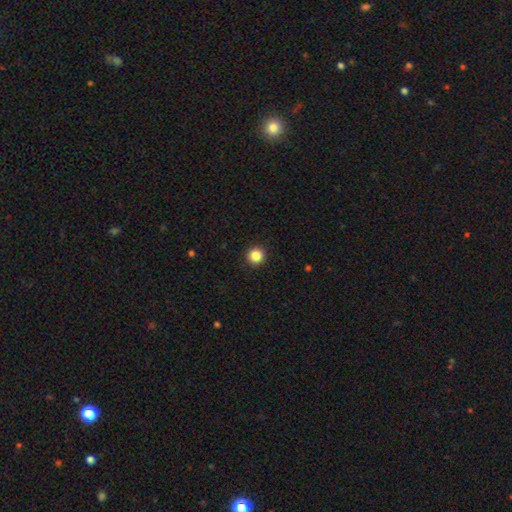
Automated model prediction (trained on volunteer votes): Smooth or featured? smooth (86%)
How rounded? round (95%)
Merging? none (93%)